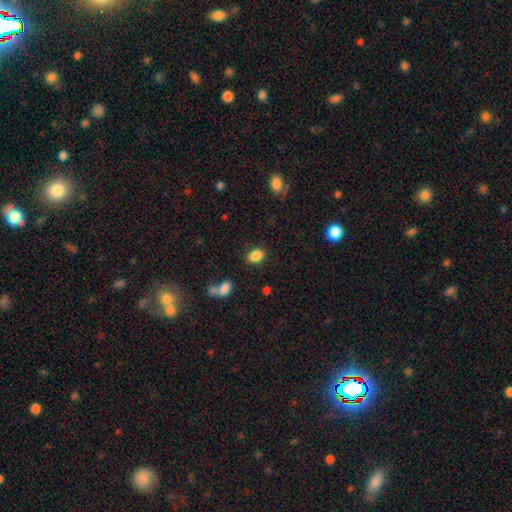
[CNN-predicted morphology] smooth_or_featured: smooth (p=0.86) [alt: star or artifact p=0.09]
how_rounded: in between (p=0.75) [alt: round p=0.24]
merging: none (p=0.83) [alt: minor disturbance p=0.11]